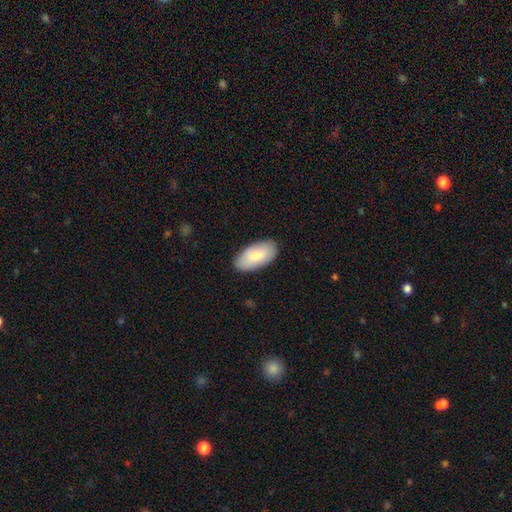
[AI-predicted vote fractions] A smooth galaxy with no disk features (81%) that is in between round and cigar-shaped (95%).

Vote fractions:
- Smooth or featured? smooth: 81% / featured or disk: 13% / star or artifact: 5%
- How rounded? in between: 95% / cigar-shaped: 3% / round: 2%
- Merging? none: 87% / minor disturbance: 10% / major disturbance: 2% / merger: 1%